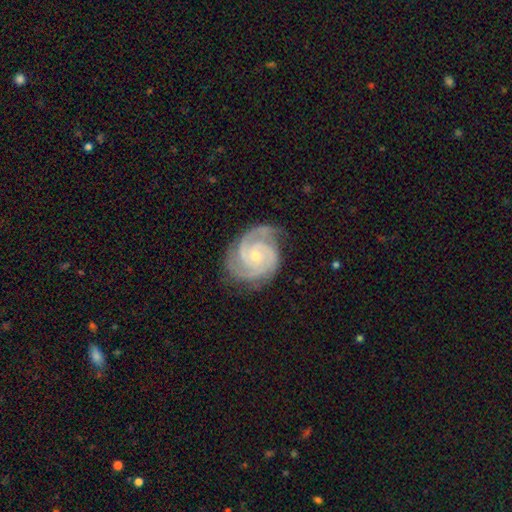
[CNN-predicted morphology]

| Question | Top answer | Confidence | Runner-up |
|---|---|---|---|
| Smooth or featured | featured or disk | 93% | star or artifact (4%) |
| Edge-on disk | no | 98% | yes (2%) |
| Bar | no | 71% | weak (23%) |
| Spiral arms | yes | 99% | no (1%) |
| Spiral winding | tight | 69% | medium (29%) |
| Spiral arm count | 3 | 53% | 2 (30%) |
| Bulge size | small | 69% | moderate (28%) |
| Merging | none | 77% | minor disturbance (17%) |